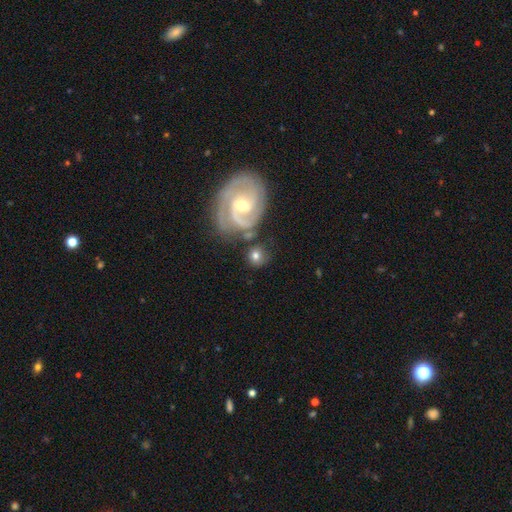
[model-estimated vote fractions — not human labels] Overall: smooth (62%; featured or disk 31%). How rounded: round (83%). Merging: none (68%).